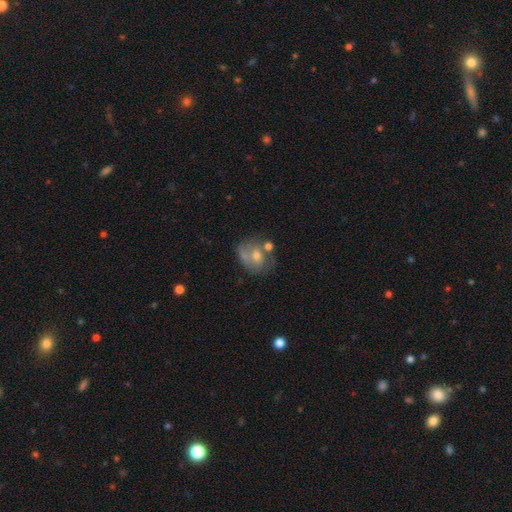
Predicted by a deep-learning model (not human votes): Smooth or featured: smooth — 45% (featured or disk — 42%)
Merging: none — 46% (minor disturbance — 23%)